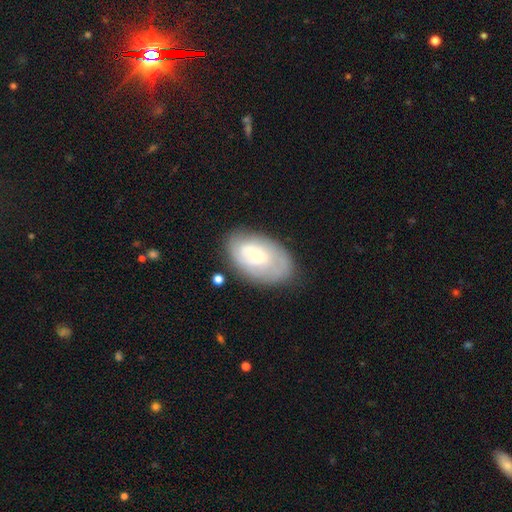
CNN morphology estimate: A featured or disk galaxy (52%).

Vote fractions:
- Smooth or featured? featured or disk: 52% / smooth: 41% / star or artifact: 7%
- Edge-on disk? no: 94% / yes: 6%
- Merging? none: 70% / minor disturbance: 20% / major disturbance: 7% / merger: 3%